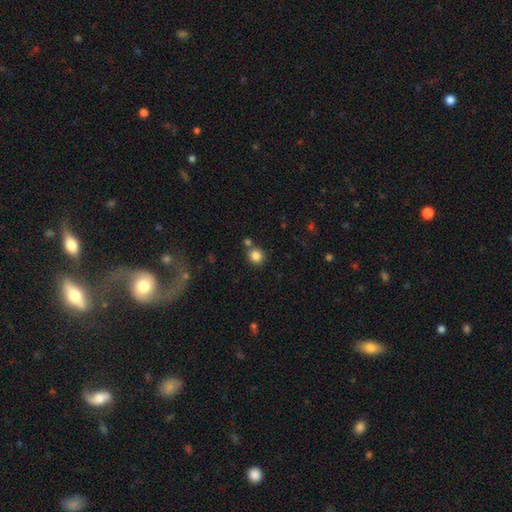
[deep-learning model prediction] Morphology: type=smooth (84%); roundness=round (87%); merging=none (74%).